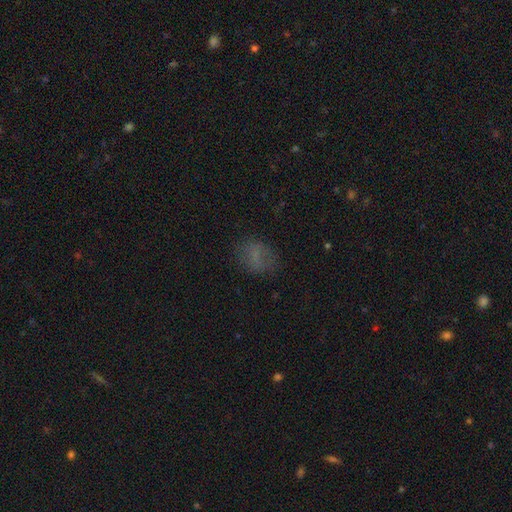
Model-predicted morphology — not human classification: Smooth or featured? Predicted: smooth (p=0.62). How rounded? Predicted: in between (p=0.67). Merging? Predicted: none (p=0.70).